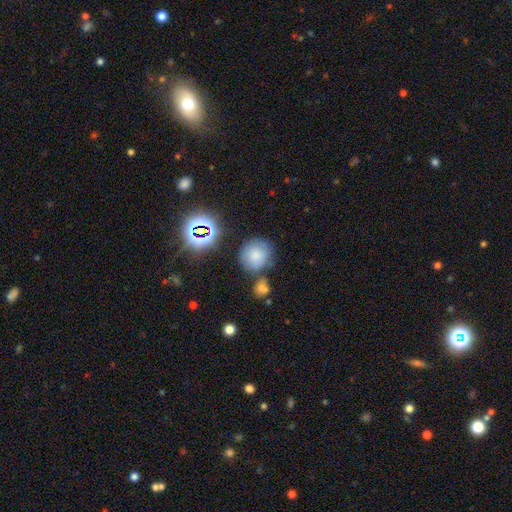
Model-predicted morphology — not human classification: Smooth or featured: smooth — 76% (star or artifact — 15%)
How rounded: round — 89% (in between — 10%)
Merging: none — 69% (minor disturbance — 14%)